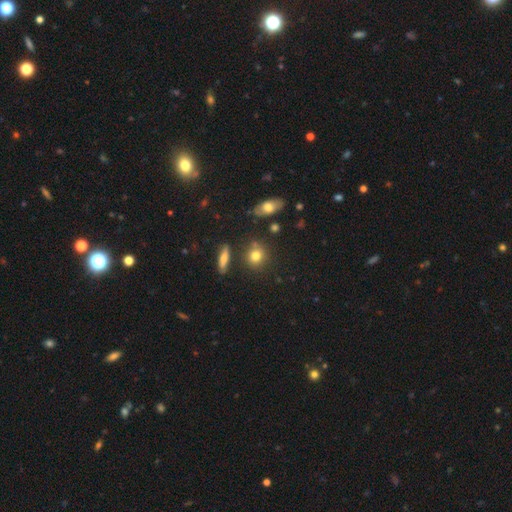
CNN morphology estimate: This appears to be a smooth galaxy with no disk features (78%) that is round (77%). Merging: none (78%).